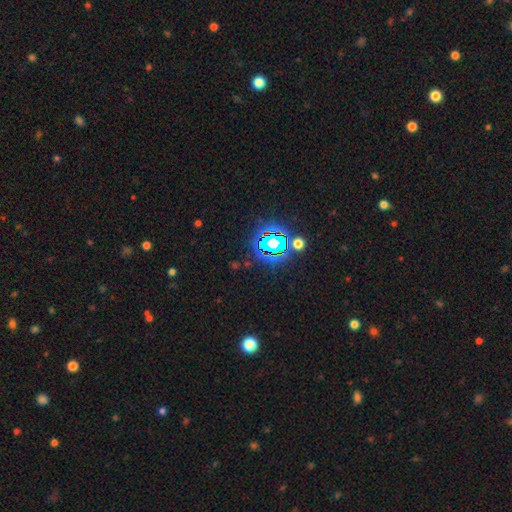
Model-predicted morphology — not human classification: A star or artifact, not a galaxy (76%).

Vote fractions:
- Smooth or featured? star or artifact: 76% / smooth: 16% / featured or disk: 9%